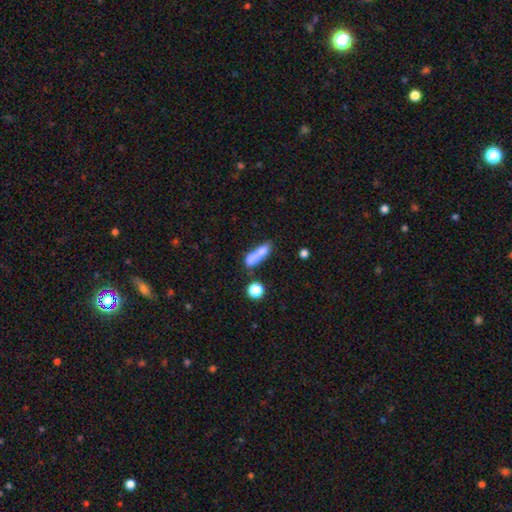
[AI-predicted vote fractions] Q: Smooth or featured?
A: smooth (69%); runner-up: featured or disk (20%)
Q: How rounded?
A: cigar-shaped (52%); runner-up: in between (41%)
Q: Merging?
A: merger (43%); runner-up: none (34%)